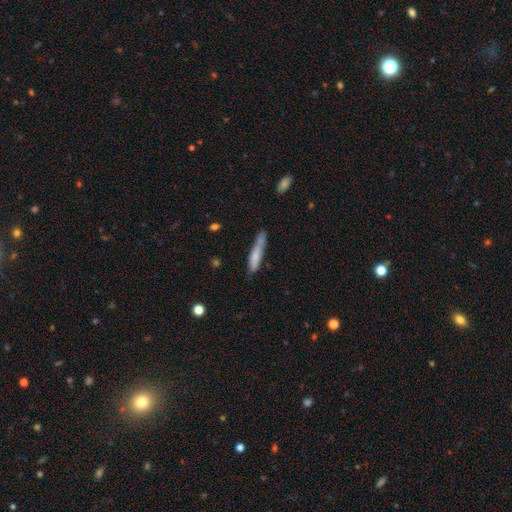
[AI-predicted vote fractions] smooth_or_featured: smooth (p=0.71) [alt: featured or disk p=0.23]
how_rounded: cigar-shaped (p=0.87) [alt: in between p=0.11]
merging: none (p=0.59) [alt: minor disturbance p=0.26]